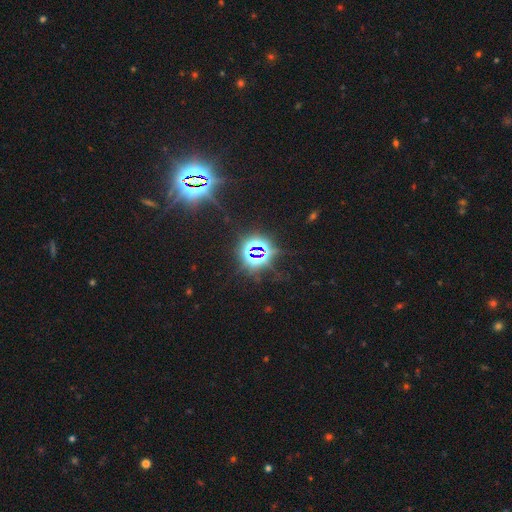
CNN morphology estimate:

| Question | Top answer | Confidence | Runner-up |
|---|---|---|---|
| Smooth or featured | star or artifact | 84% | smooth (9%) |